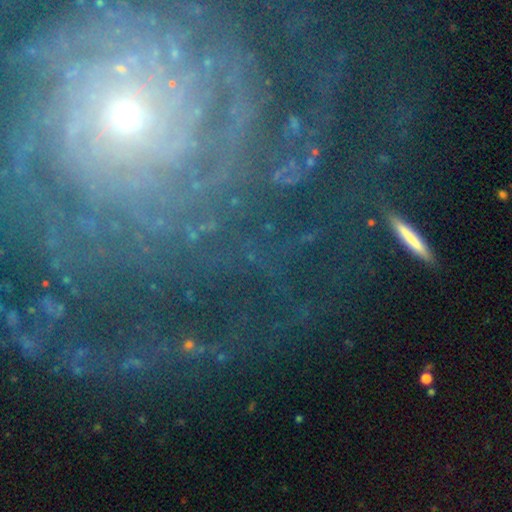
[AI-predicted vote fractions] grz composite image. It shows a featured or disk galaxy (83%) with no bar (74%), more than 4 (27%) tight (76%) spiral arms (95%) and a small central bulge (68%). Merging: none (72%).